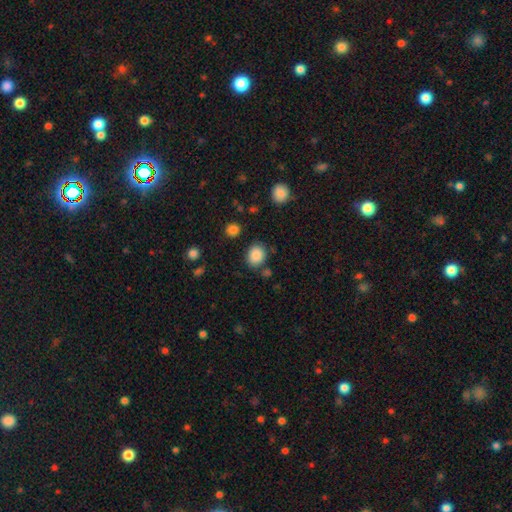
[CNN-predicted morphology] Overall: smooth (87%). How rounded: round (64%; in between 35%). Merging: none (80%).